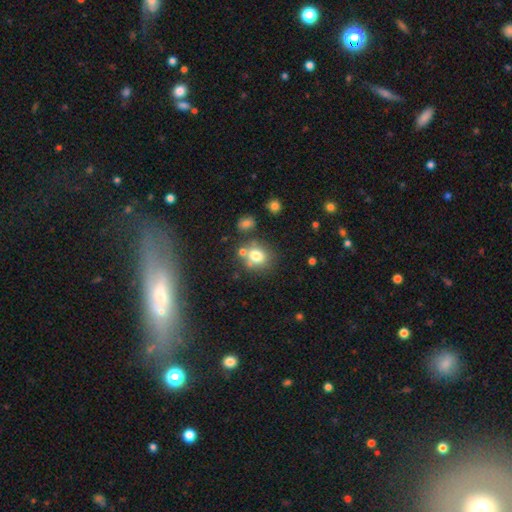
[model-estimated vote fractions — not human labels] This is likely a smooth galaxy (76%). How rounded: likely round (68%). Merging: likely none (63%).